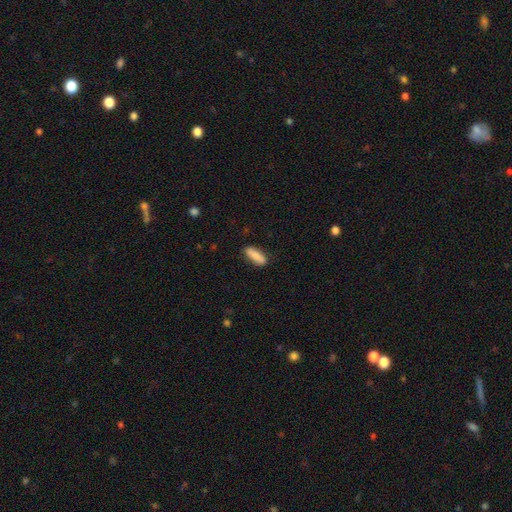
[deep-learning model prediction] smooth 86%, featured or disk 8%, star or artifact 6%. Down the decision tree: how rounded — in between (59%); merging — none (83%).